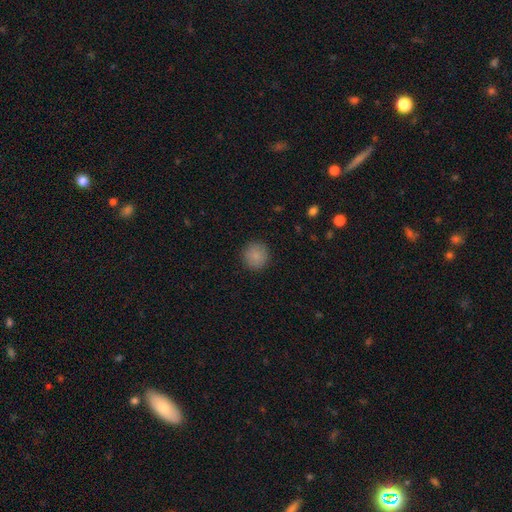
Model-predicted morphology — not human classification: Smooth or featured? Predicted: smooth (p=0.86). How rounded? Predicted: round (p=0.95). Merging? Predicted: none (p=0.91).